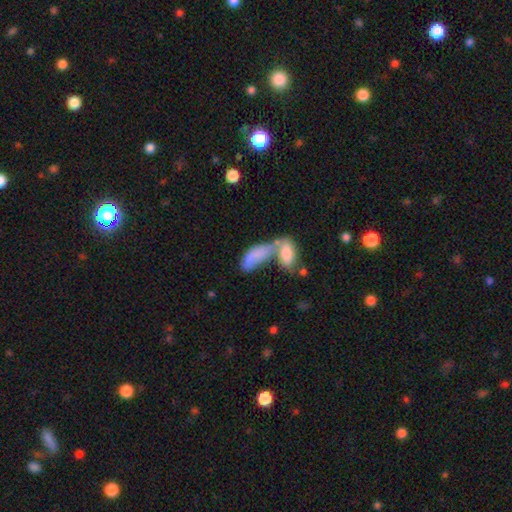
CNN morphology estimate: This appears to be a smooth galaxy with no disk features (75%) that is in between round and cigar-shaped (81%). Merging: merger (63%).